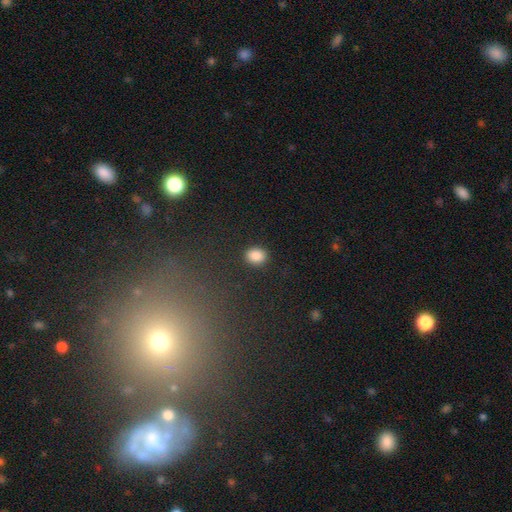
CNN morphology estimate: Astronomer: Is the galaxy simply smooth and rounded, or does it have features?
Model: smooth — 87%.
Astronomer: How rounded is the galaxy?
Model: round — 52% (runner-up: in between, 47%).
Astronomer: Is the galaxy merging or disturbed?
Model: none — 87%.